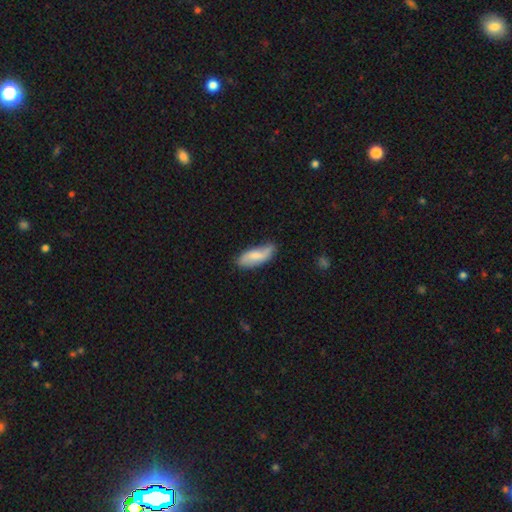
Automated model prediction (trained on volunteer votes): Morphology: type=smooth (59%); roundness=in between (75%); merging=none (66%).